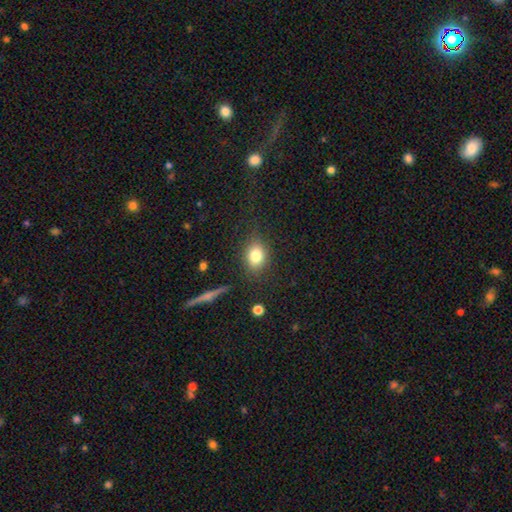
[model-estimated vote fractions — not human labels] Overall: smooth (79%). How rounded: in between (56%; round 42%). Merging: none (82%).